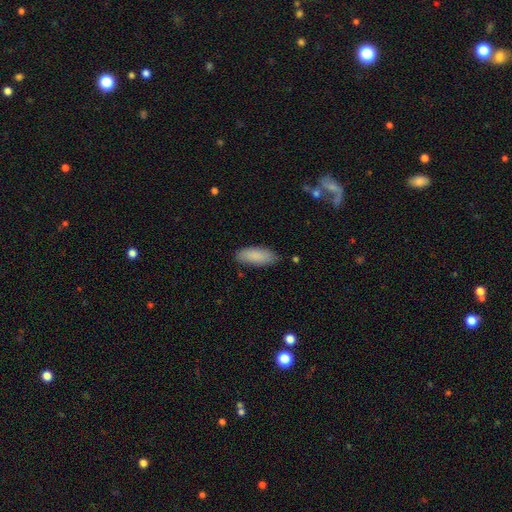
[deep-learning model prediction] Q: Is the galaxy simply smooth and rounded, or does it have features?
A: smooth — 88%.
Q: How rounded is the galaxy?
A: in between — 77%.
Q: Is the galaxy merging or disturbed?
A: none — 84%.